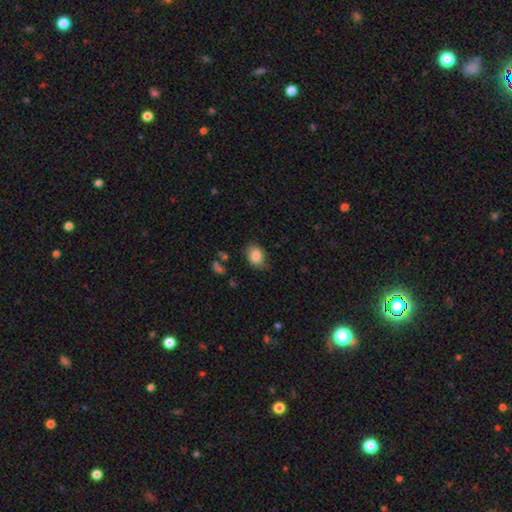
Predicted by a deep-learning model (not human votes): Smooth or featured: smooth — 85% (star or artifact — 8%)
How rounded: in between — 76% (round — 23%)
Merging: none — 75% (minor disturbance — 19%)